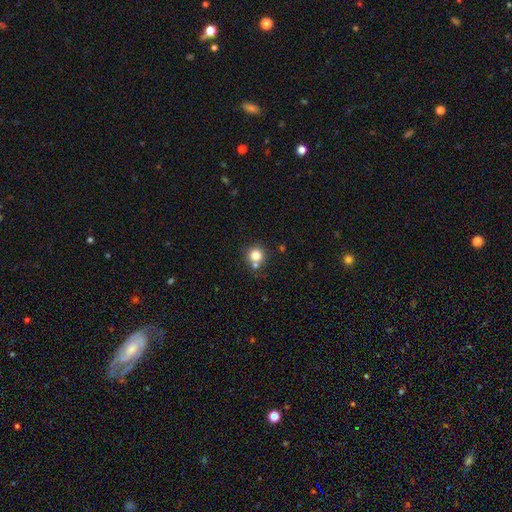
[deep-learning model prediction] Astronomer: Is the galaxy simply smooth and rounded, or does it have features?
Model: smooth — 81%.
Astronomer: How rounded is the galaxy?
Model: round — 92%.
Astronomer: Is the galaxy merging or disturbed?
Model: none — 70%.